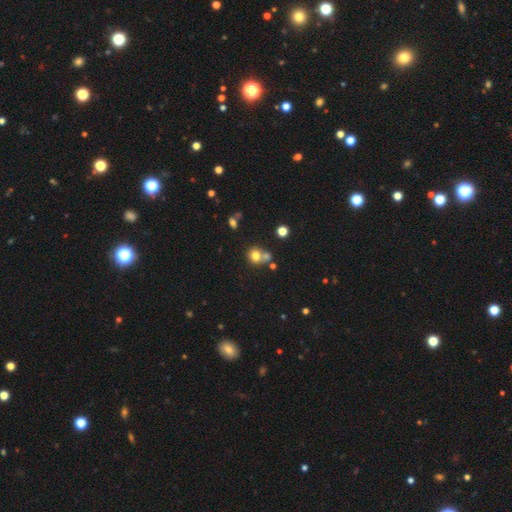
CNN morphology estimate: A smooth galaxy with no disk features (75%) that is round (80%).

Vote fractions:
- Smooth or featured? smooth: 75% / star or artifact: 14% / featured or disk: 11%
- How rounded? round: 80% / in between: 19% / cigar-shaped: 1%
- Merging? none: 48% / merger: 38% / minor disturbance: 10% / major disturbance: 4%